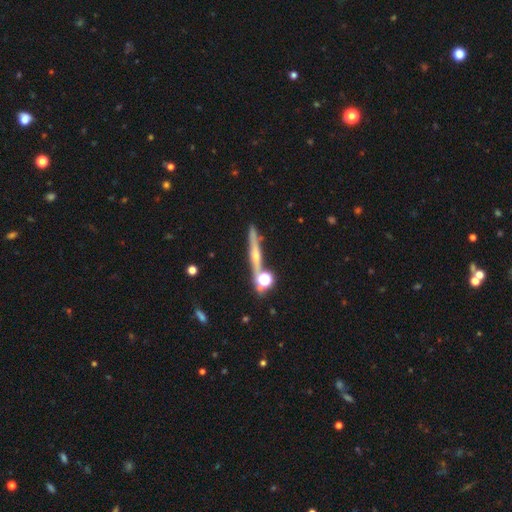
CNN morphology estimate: A featured or disk galaxy (67%) viewed edge-on (95%) with a rounded central bulge (79%). Merging: none (77%).